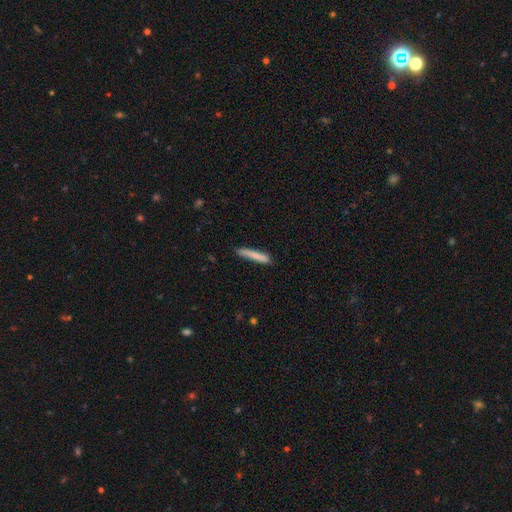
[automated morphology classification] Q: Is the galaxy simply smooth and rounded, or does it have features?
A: smooth — 82%.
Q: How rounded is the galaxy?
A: cigar-shaped — 93%.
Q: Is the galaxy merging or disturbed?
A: none — 81%.